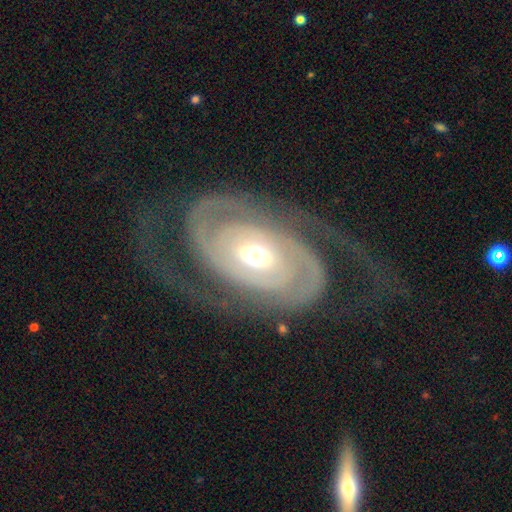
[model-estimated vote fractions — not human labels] Smooth or featured: featured or disk — 87% (smooth — 9%)
Edge-on disk: no — 95% (yes — 5%)
Bar: no — 61% (weak — 27%)
Spiral arms: yes — 90% (no — 10%)
Spiral winding: tight — 51% (medium — 31%)
Spiral arm count: 2 — 68% (can't tell — 13%)
Bulge size: moderate — 70% (small — 14%)
Merging: none — 61% (major disturbance — 24%)